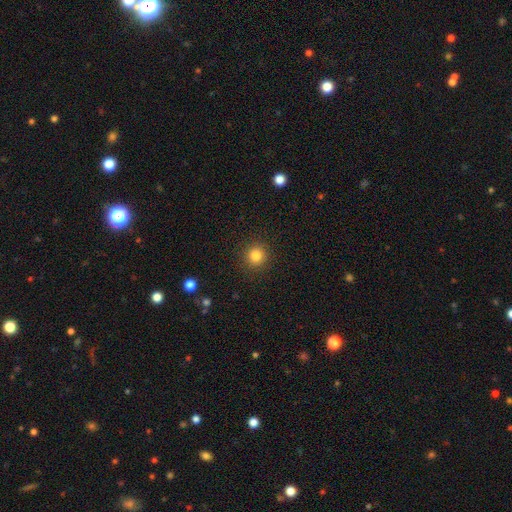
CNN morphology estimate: Smooth or featured? smooth (84%)
How rounded? round (92%)
Merging? none (90%)